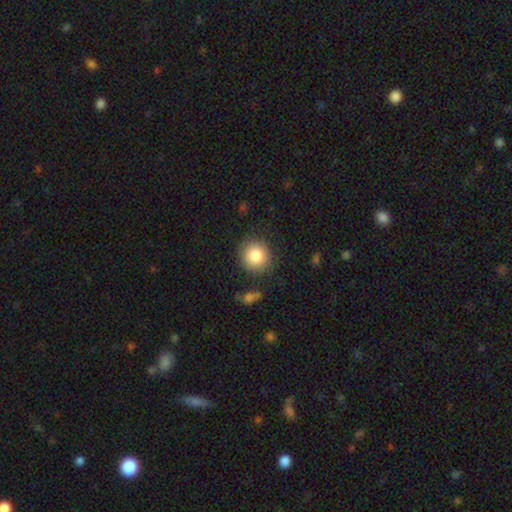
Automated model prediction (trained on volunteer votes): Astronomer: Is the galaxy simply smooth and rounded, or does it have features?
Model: smooth — 85%.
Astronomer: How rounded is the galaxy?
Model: round — 92%.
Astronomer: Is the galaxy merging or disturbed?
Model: none — 86%.